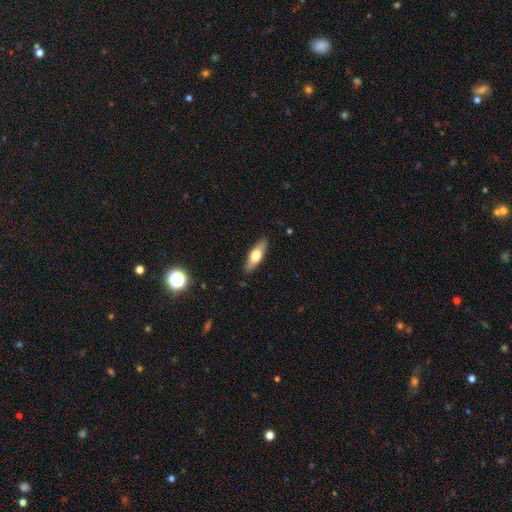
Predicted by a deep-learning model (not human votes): Q: Smooth or featured?
A: smooth (57%); runner-up: featured or disk (37%)
Q: How rounded?
A: in between (54%); runner-up: cigar-shaped (44%)
Q: Merging?
A: none (87%); runner-up: minor disturbance (10%)